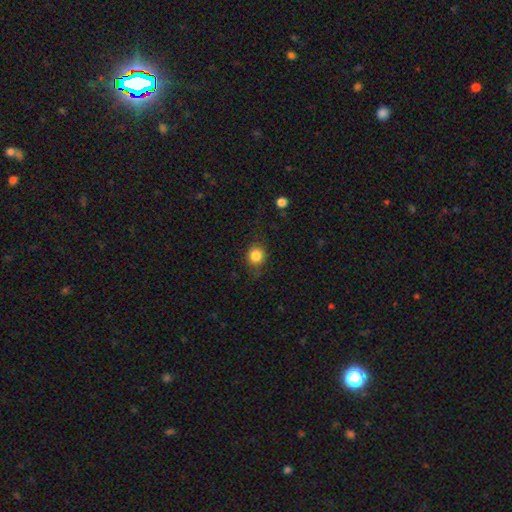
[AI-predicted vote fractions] Smooth or featured: smooth — 84% (star or artifact — 10%)
How rounded: round — 82% (in between — 17%)
Merging: none — 79% (minor disturbance — 15%)